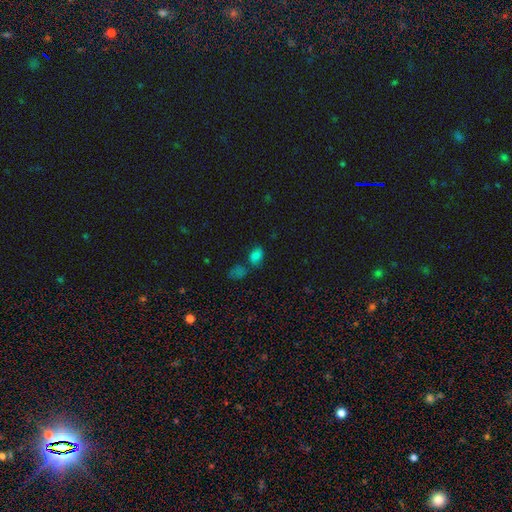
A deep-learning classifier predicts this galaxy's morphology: A smooth galaxy with no disk features (73%) that is in between round and cigar-shaped (82%).

Vote fractions:
- Smooth or featured? smooth: 73% / star or artifact: 19% / featured or disk: 8%
- How rounded? in between: 82% / round: 16% / cigar-shaped: 2%
- Merging? none: 54% / merger: 25% / minor disturbance: 15% / major disturbance: 6%